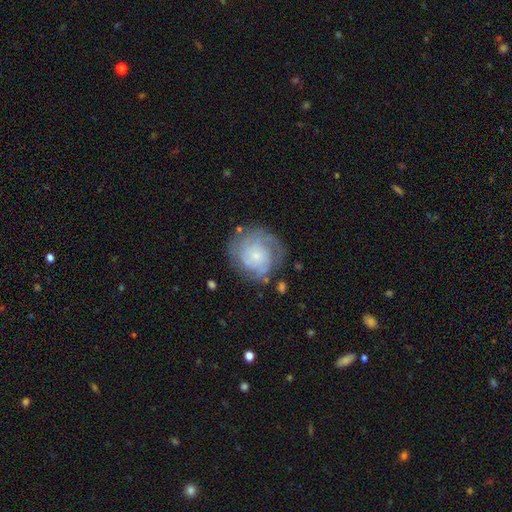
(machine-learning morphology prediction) Smooth or featured? Predicted: featured or disk (p=0.73). Edge-on disk? Predicted: no (p=0.98). Bar? Predicted: no (p=0.77). Spiral arms? Predicted: yes (p=0.91). Spiral winding? Predicted: tight (p=0.63). Spiral arm count? Predicted: can't tell (p=0.39). Bulge size? Predicted: small (p=0.67). Merging? Predicted: none (p=0.70).